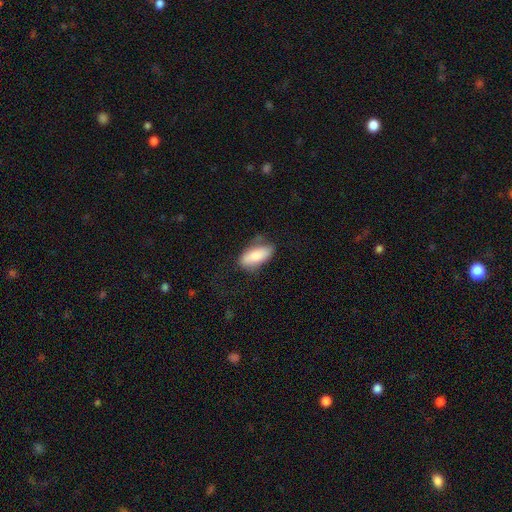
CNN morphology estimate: smooth-or-featured: smooth: 82% | featured or disk: 12% | star or artifact: 6%
  how-rounded: in between: 87% | cigar-shaped: 11% | round: 2%
  merging: none: 60% | minor disturbance: 28% | major disturbance: 10% | merger: 2%